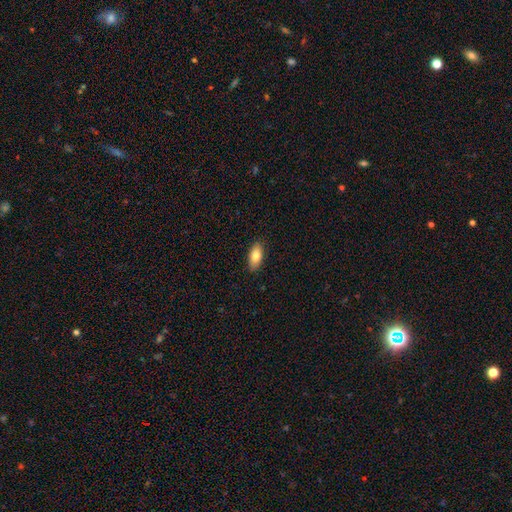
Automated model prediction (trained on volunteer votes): smooth_or_featured: smooth (p=0.84) [alt: featured or disk p=0.10]
how_rounded: in between (p=0.88) [alt: cigar-shaped p=0.10]
merging: none (p=0.88) [alt: minor disturbance p=0.09]